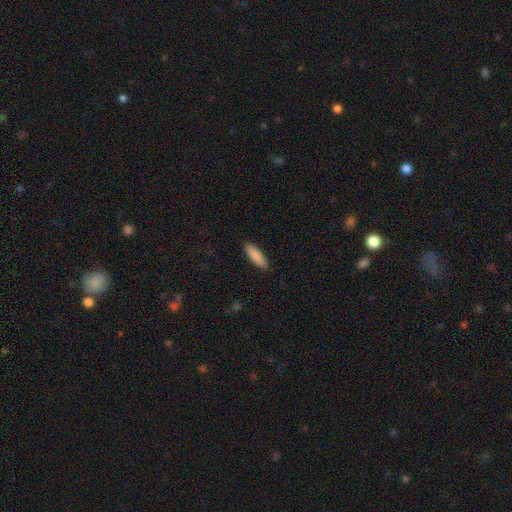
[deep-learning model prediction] A smooth galaxy with no disk features (89%) that is cigar-shaped (54%).

Vote fractions:
- Smooth or featured? smooth: 89% / featured or disk: 6% / star or artifact: 6%
- How rounded? cigar-shaped: 54% / in between: 45% / round: 1%
- Merging? none: 89% / minor disturbance: 8% / major disturbance: 2% / merger: 1%